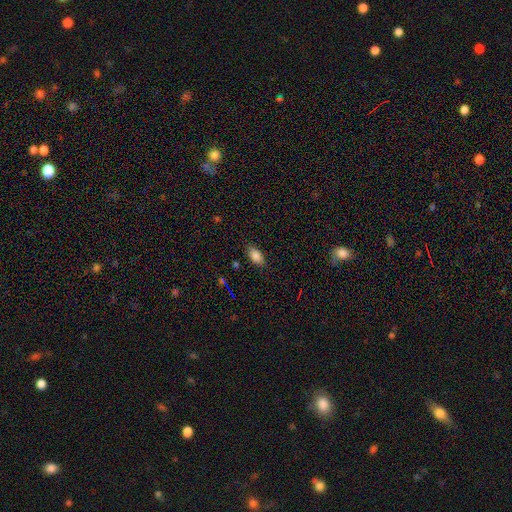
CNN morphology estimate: This appears to be a smooth galaxy with no disk features (84%) that is in between round and cigar-shaped (90%). Merging: none (84%).